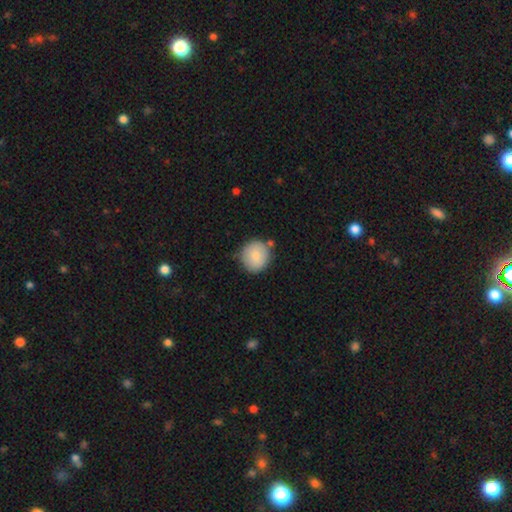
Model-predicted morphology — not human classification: smooth-or-featured: smooth: 80% | featured or disk: 13% | star or artifact: 7%
  how-rounded: round: 89% | in between: 10% | cigar-shaped: 1%
  merging: none: 75% | minor disturbance: 16% | merger: 6% | major disturbance: 3%